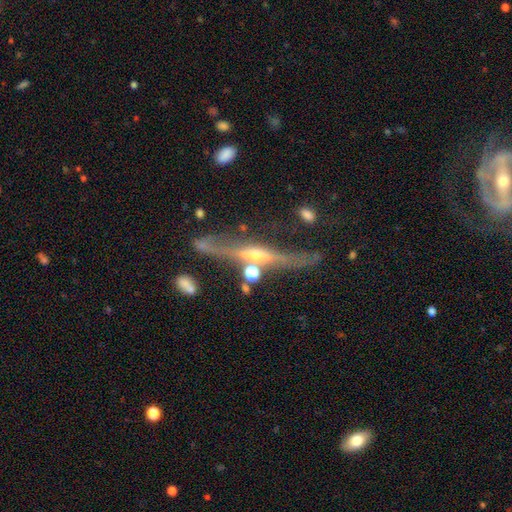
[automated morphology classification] Overall: featured or disk (82%). Edge-on disk: yes (91%). Edge-on bulge: rounded (85%). Merging: none (63%).